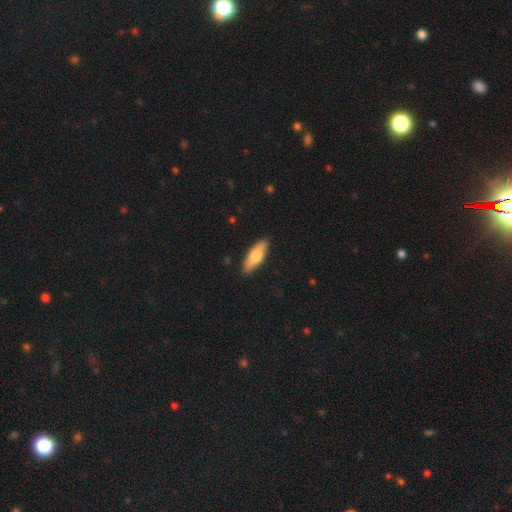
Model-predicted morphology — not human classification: smooth-or-featured: smooth: 71% | featured or disk: 24% | star or artifact: 5%
  how-rounded: in between: 62% | cigar-shaped: 36% | round: 2%
  merging: none: 89% | minor disturbance: 8% | major disturbance: 2% | merger: 1%